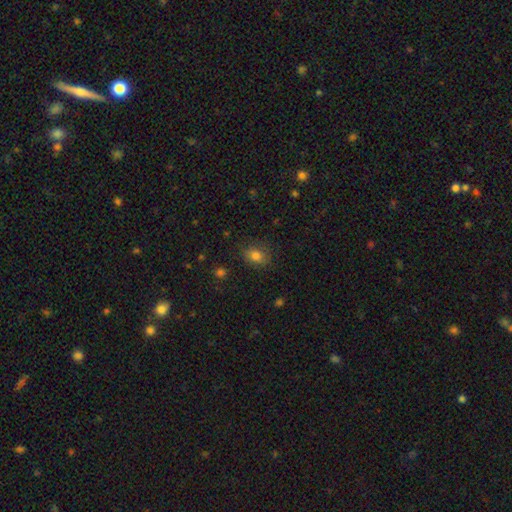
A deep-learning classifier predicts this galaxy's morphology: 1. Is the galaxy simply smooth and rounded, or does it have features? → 81% smooth, 12% star or artifact, 7% featured or disk.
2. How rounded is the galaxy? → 60% in between, 39% round, 1% cigar-shaped.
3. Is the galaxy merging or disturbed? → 80% none, 15% minor disturbance, 4% major disturbance, 1% merger.